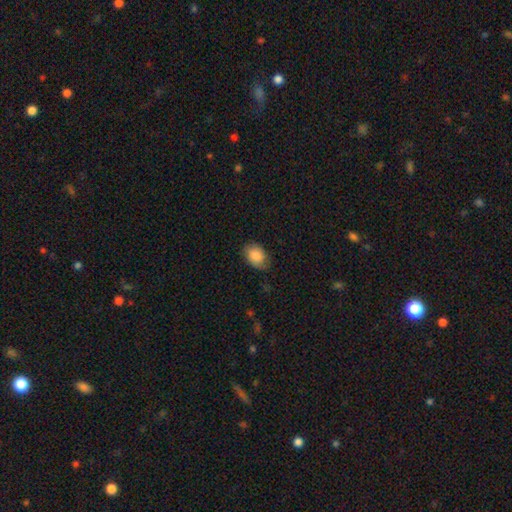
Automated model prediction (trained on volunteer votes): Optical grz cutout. It shows a smooth galaxy with no disk features (84%) that is in between round and cigar-shaped (74%). Merging: none (71%).